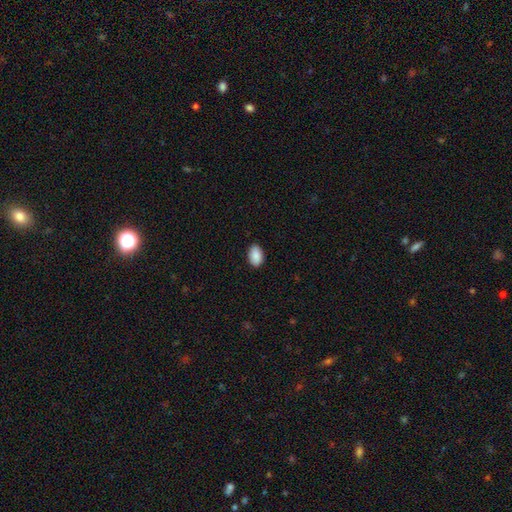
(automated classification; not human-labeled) The model was most divided on "merging": none: 89%, minor disturbance: 9%, major disturbance: 2%, merger: 1%. More confident: how rounded — in between (92%); smooth or featured — smooth (90%).